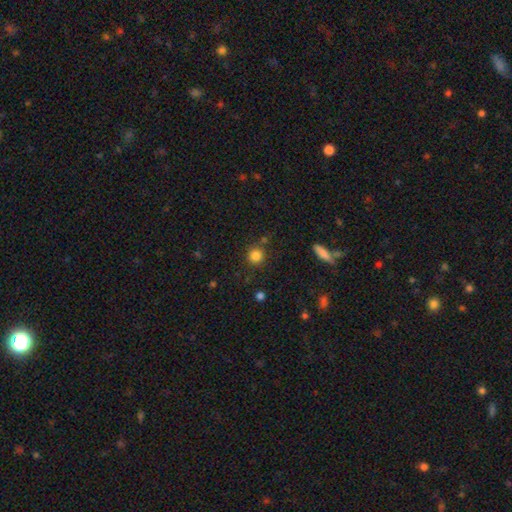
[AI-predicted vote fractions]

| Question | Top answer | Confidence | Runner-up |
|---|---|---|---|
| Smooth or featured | smooth | 83% | star or artifact (12%) |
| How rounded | round | 92% | in between (7%) |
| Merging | none | 82% | minor disturbance (9%) |